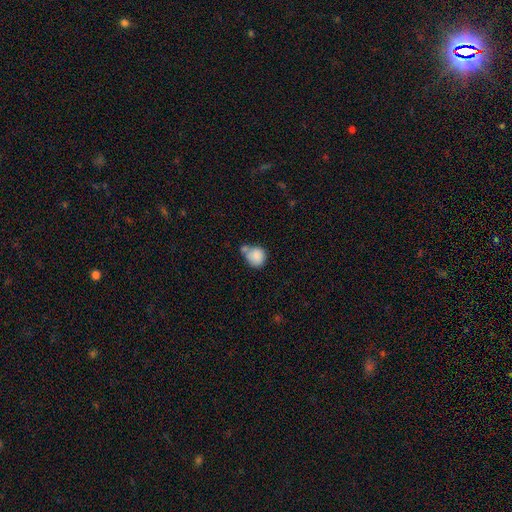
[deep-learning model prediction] Q: Smooth or featured?
A: smooth (85%); runner-up: star or artifact (8%)
Q: How rounded?
A: round (82%); runner-up: in between (18%)
Q: Merging?
A: none (39%); runner-up: merger (35%)